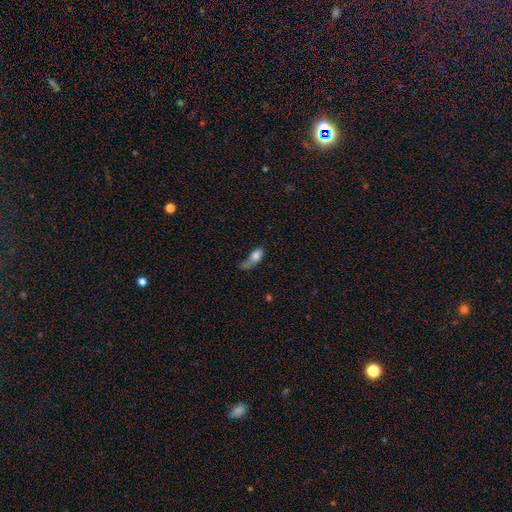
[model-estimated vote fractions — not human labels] A smooth galaxy with no disk features (78%) that is in between round and cigar-shaped (80%). Merging: none (27%, tied with minor disturbance).